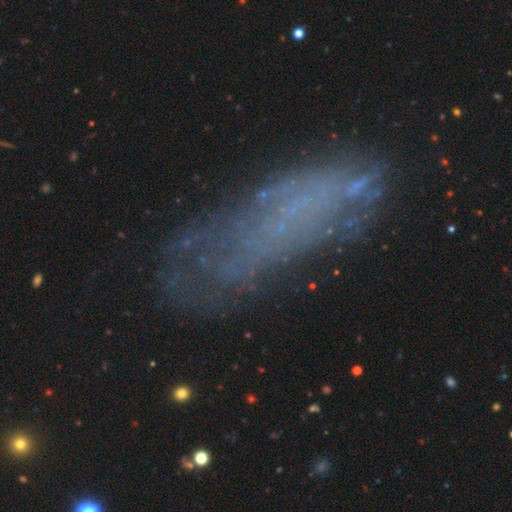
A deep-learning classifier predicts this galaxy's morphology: Smooth or featured? Predicted: featured or disk (p=0.54). Edge-on disk? Predicted: no (p=0.73). Merging? Predicted: none (p=0.63).